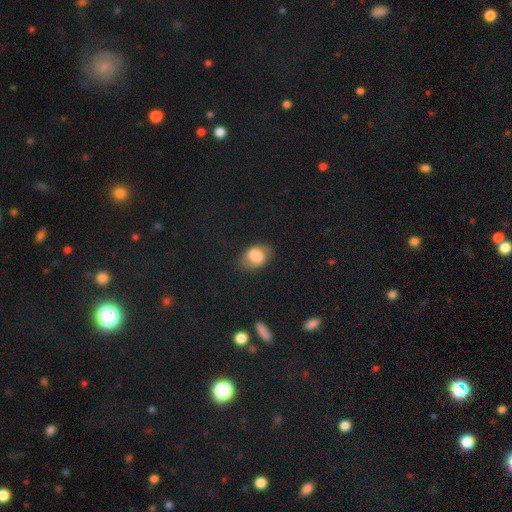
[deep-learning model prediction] A smooth galaxy with no disk features (68%) that is in between round and cigar-shaped (78%). Merging: none (68%).